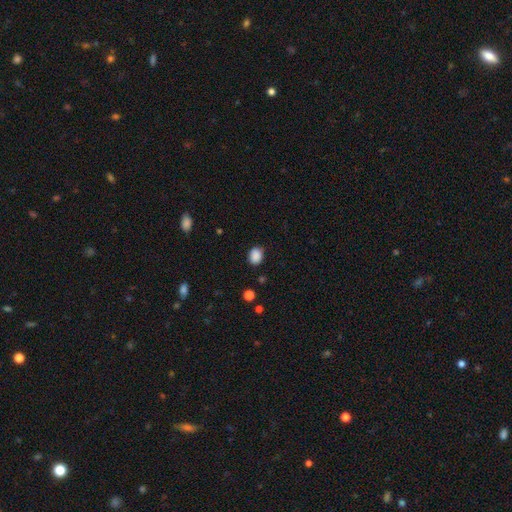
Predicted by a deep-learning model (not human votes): smooth_or_featured: smooth (p=0.88) [alt: star or artifact p=0.09]
how_rounded: in between (p=0.60) [alt: round p=0.39]
merging: none (p=0.84) [alt: minor disturbance p=0.12]